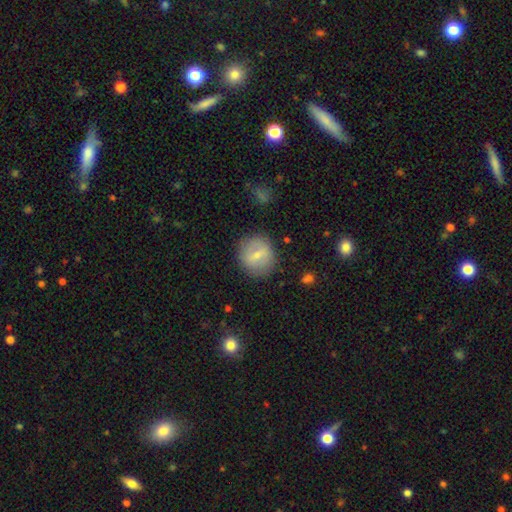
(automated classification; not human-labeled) The model was most divided on "smooth or featured": smooth: 56%, featured or disk: 36%, star or artifact: 8%. More confident: how rounded — round (86%); merging — none (82%).